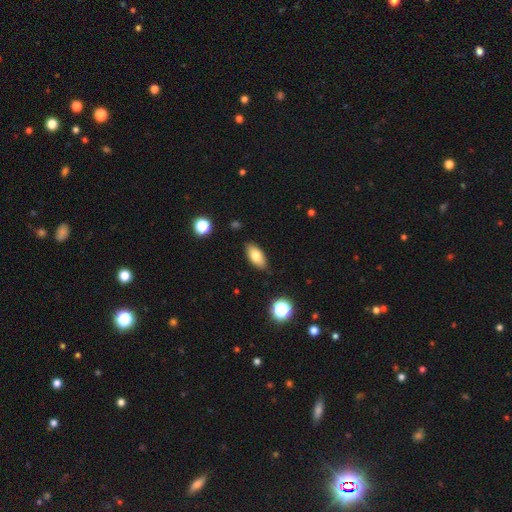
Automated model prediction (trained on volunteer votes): smooth 78%, featured or disk 14%, star or artifact 8%. Down the decision tree: how rounded — in between (89%); merging — none (85%).